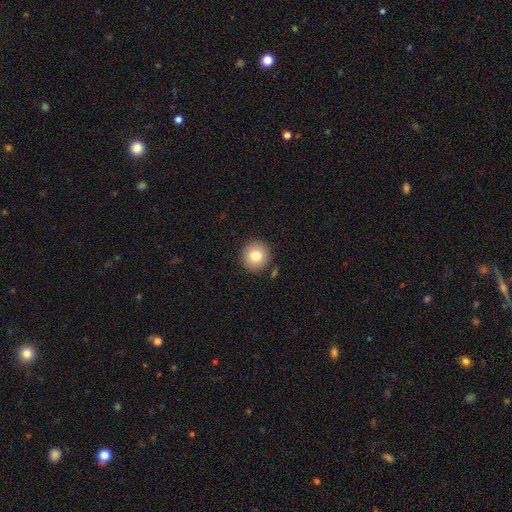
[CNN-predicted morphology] smooth-or-featured: smooth: 79% | featured or disk: 11% | star or artifact: 10%
  how-rounded: round: 94% | in between: 5% | cigar-shaped: 1%
  merging: none: 89% | minor disturbance: 6% | merger: 3% | major disturbance: 2%